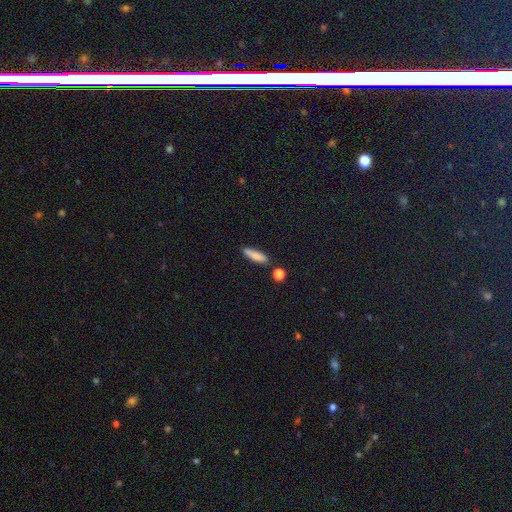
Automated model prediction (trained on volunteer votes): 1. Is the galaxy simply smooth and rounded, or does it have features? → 81% smooth, 11% featured or disk, 8% star or artifact.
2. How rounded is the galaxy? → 75% cigar-shaped, 23% in between, 3% round.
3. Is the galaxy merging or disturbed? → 80% none, 12% minor disturbance, 6% merger, 3% major disturbance.